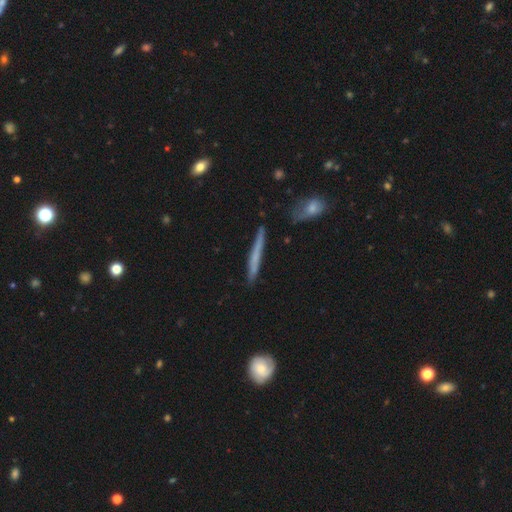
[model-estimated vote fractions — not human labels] This appears to be a smooth galaxy with no disk features (53%) that is cigar-shaped (95%). Merging: none (83%).